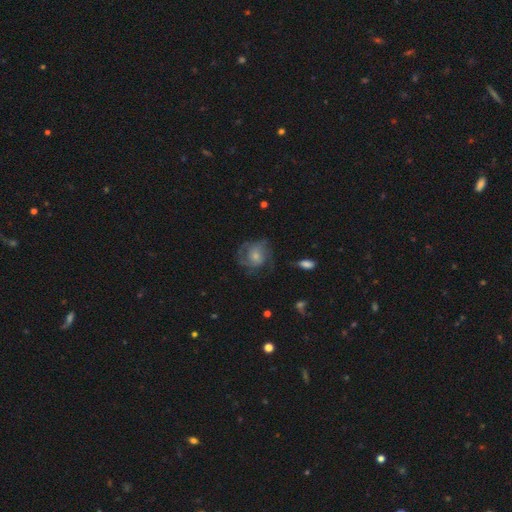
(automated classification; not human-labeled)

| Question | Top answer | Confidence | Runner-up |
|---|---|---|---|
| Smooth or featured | featured or disk | 58% | smooth (33%) |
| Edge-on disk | no | 97% | yes (3%) |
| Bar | no | 77% | weak (20%) |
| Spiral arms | yes | 78% | no (22%) |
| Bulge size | small | 55% | moderate (33%) |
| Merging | none | 55% | minor disturbance (22%) |